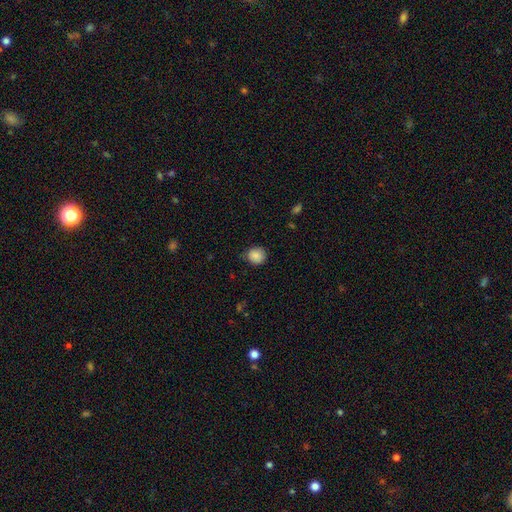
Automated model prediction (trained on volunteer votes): smooth-or-featured: smooth: 87% | star or artifact: 8% | featured or disk: 5%
  how-rounded: round: 80% | in between: 19% | cigar-shaped: 1%
  merging: none: 75% | minor disturbance: 20% | major disturbance: 4% | merger: 1%